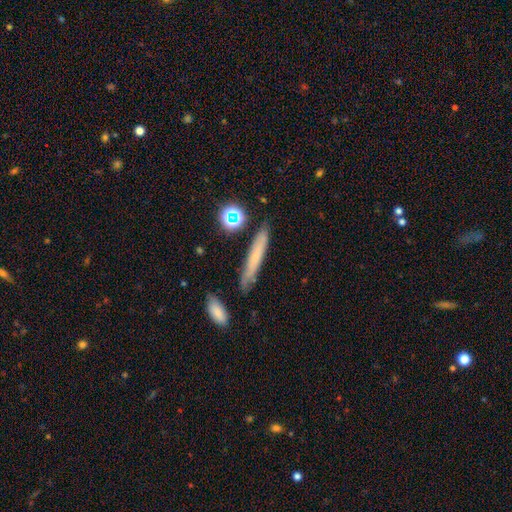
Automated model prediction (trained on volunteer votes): This is likely a smooth galaxy (61%). How rounded: clearly cigar-shaped (88%). Merging: likely none (79%).